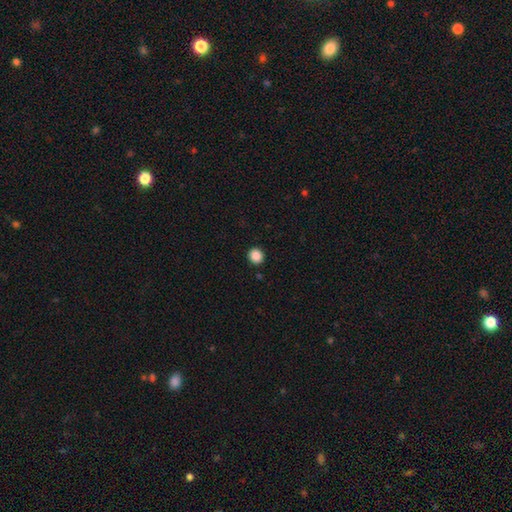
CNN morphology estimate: This appears to be a smooth galaxy with no disk features (88%) that is round (91%). Merging: none (93%).